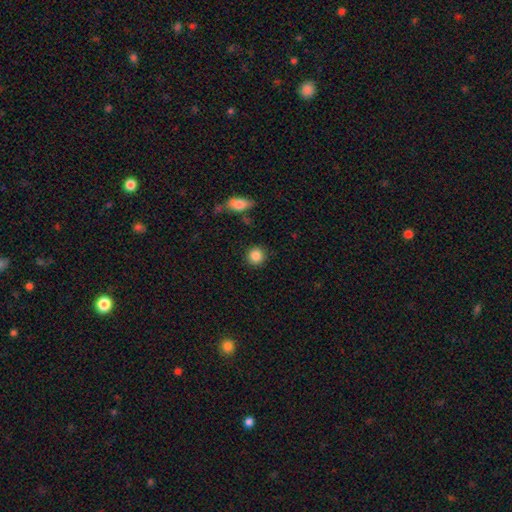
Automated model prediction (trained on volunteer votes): Overall: smooth (86%). How rounded: round (92%). Merging: none (90%).